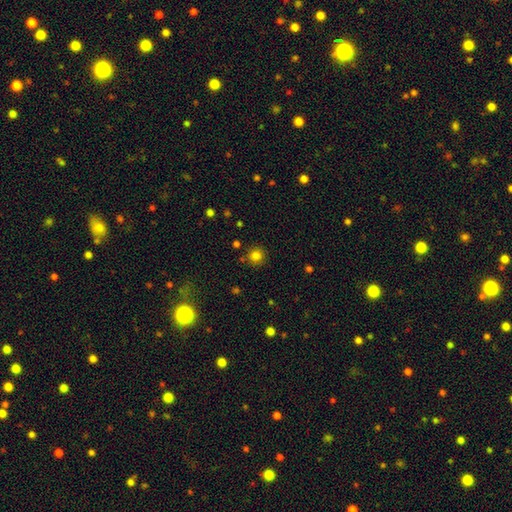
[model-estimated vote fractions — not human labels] Smooth or featured? smooth (81%)
How rounded? round (94%)
Merging? none (87%)